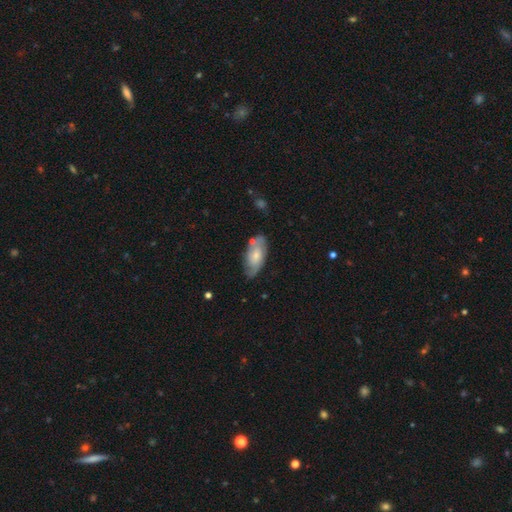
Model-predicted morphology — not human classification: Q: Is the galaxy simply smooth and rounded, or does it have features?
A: smooth — 47%, tied with featured or disk.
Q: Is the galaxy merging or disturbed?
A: none — 67%.